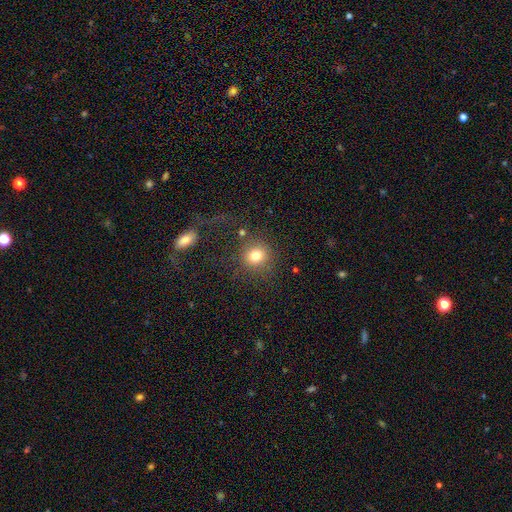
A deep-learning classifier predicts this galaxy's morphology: Smooth or featured: smooth — 79% (star or artifact — 13%)
How rounded: round — 88% (in between — 11%)
Merging: none — 75% (minor disturbance — 10%)